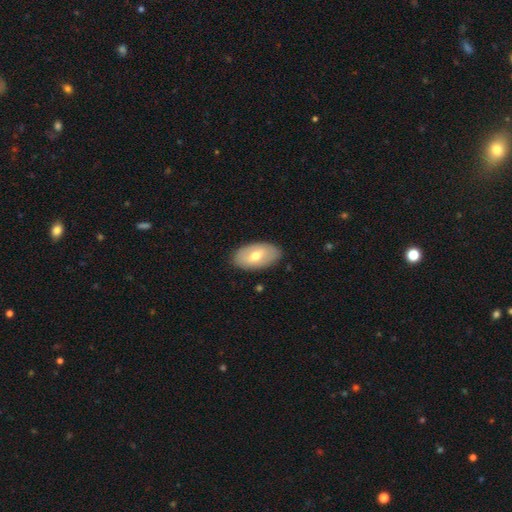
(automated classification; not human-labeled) smooth_or_featured: smooth (p=0.60) [alt: featured or disk p=0.34]
how_rounded: in between (p=0.94) [alt: round p=0.04]
merging: none (p=0.85) [alt: minor disturbance p=0.11]